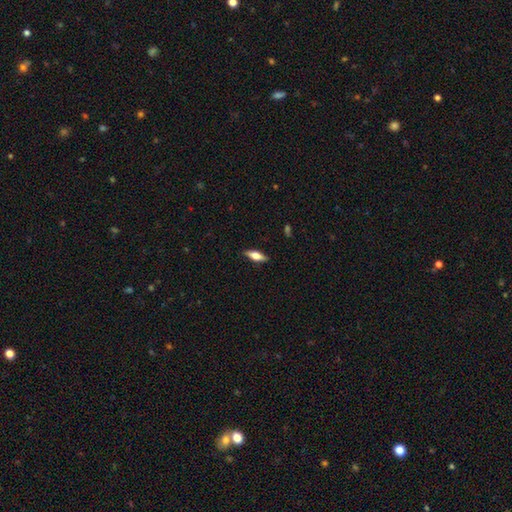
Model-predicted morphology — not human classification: Overall: smooth (50%; featured or disk 44%). Merging: none (88%).